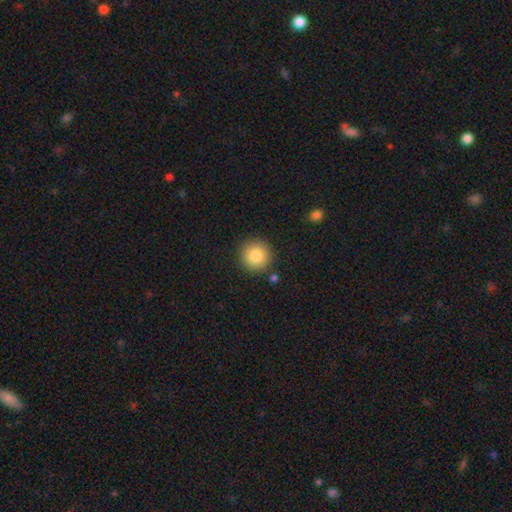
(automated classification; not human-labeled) A smooth galaxy with no disk features (84%) that is round (95%). Merging: none (89%).